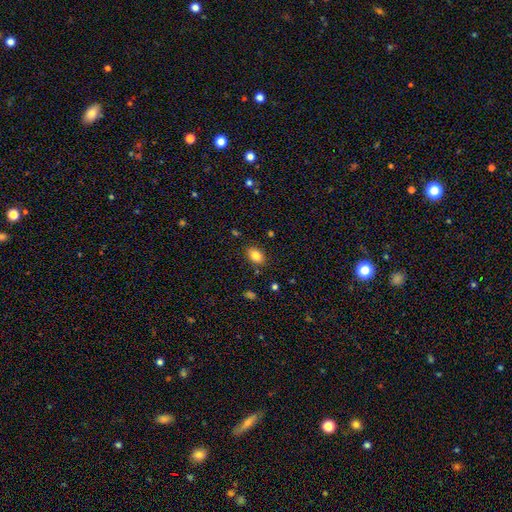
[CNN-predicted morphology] Smooth or featured: smooth — 84% (star or artifact — 9%)
How rounded: in between — 80% (round — 19%)
Merging: none — 85% (minor disturbance — 10%)